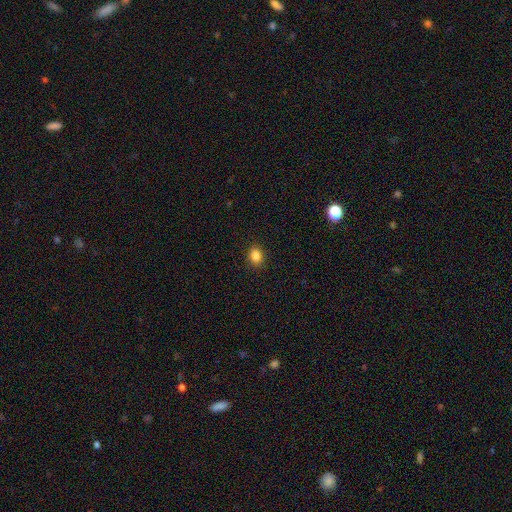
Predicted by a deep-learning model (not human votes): Overall: smooth (85%). How rounded: in between (52%; round 47%). Merging: none (90%).